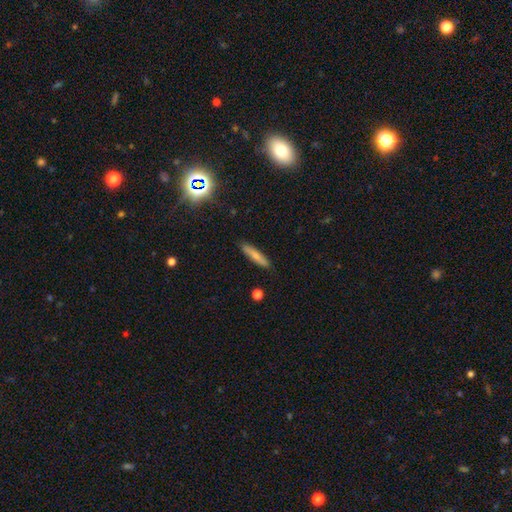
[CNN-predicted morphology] Smooth or featured?
  - smooth: 73% *
  - featured or disk: 20%
  - star or artifact: 7%
How rounded?
  - cigar-shaped: 86% *
  - in between: 13%
  - round: 2%
Merging?
  - none: 88% *
  - minor disturbance: 9%
  - major disturbance: 2%
  - merger: 1%